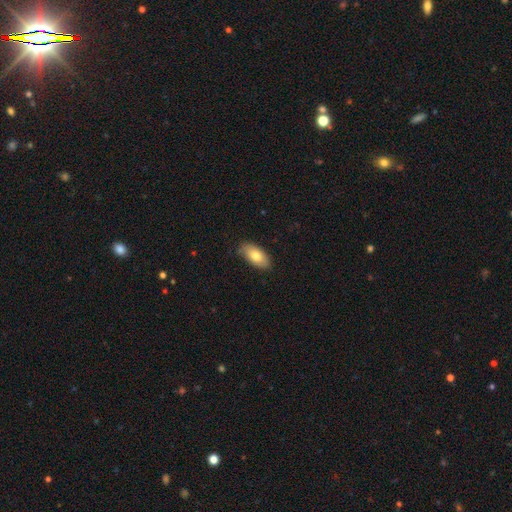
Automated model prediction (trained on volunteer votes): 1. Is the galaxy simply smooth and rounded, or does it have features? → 77% smooth, 16% featured or disk, 6% star or artifact.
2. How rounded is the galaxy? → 92% in between, 5% cigar-shaped, 3% round.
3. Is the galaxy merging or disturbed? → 83% none, 14% minor disturbance, 2% major disturbance, 1% merger.